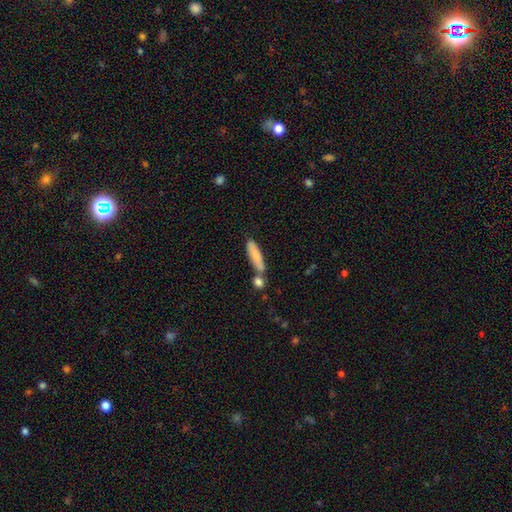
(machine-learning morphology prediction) This is likely a smooth galaxy (76%). How rounded: likely cigar-shaped (74%). Merging: likely none (61%).